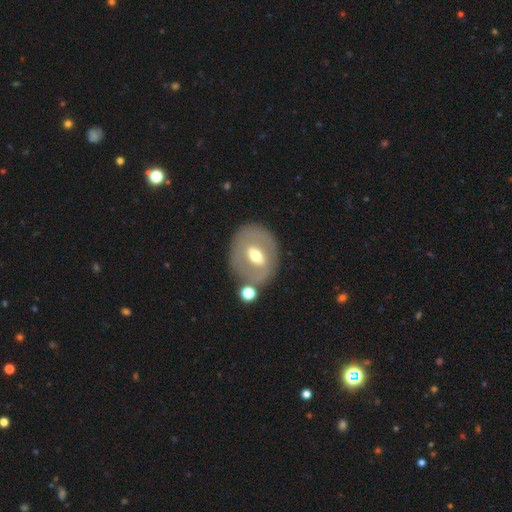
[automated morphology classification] smooth_or_featured: featured or disk (p=0.56) [alt: smooth p=0.37]
disk_edge_on: no (p=0.90) [alt: yes p=0.10]
bar: weak (p=0.41) [alt: strong p=0.30]
has_spiral_arms: no (p=0.83) [alt: yes p=0.17]
bulge_size: moderate (p=0.72) [alt: small p=0.14]
merging: none (p=0.73) [alt: minor disturbance p=0.14]